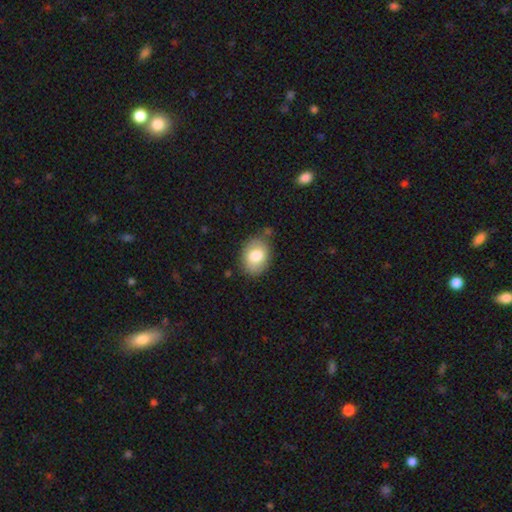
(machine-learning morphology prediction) Overall: smooth (78%). How rounded: in between (69%; round 30%). Merging: none (78%).